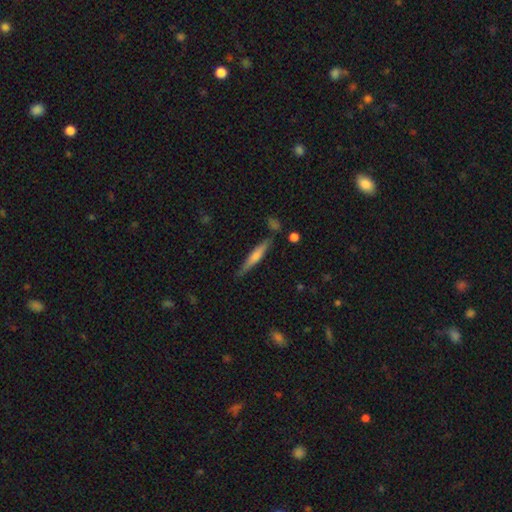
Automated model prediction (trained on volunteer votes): This appears to be a featured or disk galaxy (59%) viewed edge-on (97%) with a rounded central bulge (61%). Merging: none (84%).